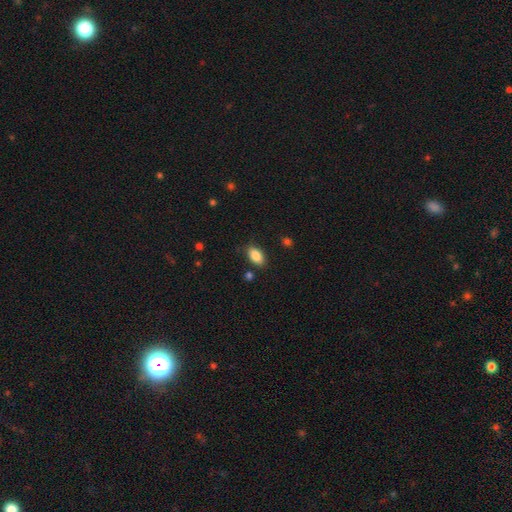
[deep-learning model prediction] A smooth galaxy with no disk features (86%) that is in between round and cigar-shaped (91%).

Vote fractions:
- Smooth or featured? smooth: 86% / star or artifact: 8% / featured or disk: 6%
- How rounded? in between: 91% / round: 6% / cigar-shaped: 4%
- Merging? none: 82% / minor disturbance: 12% / major disturbance: 3% / merger: 2%